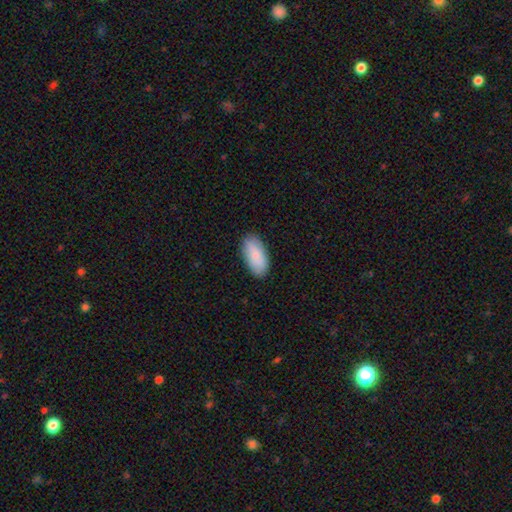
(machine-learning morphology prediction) smooth_or_featured: smooth (p=0.83) [alt: featured or disk p=0.11]
how_rounded: in between (p=0.91) [alt: cigar-shaped p=0.06]
merging: none (p=0.85) [alt: minor disturbance p=0.12]